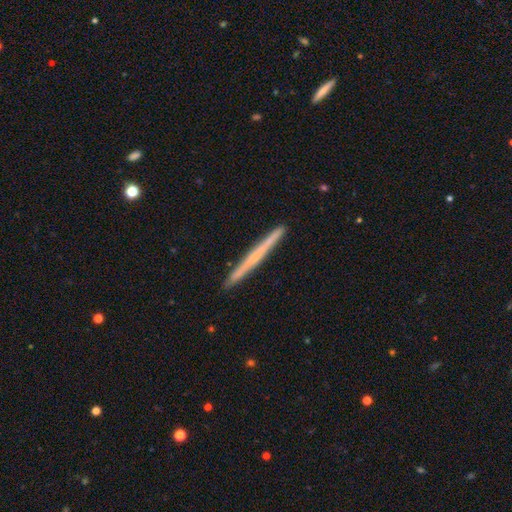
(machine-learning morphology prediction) Overall: featured or disk (54%; smooth 41%). Edge-on disk: yes (98%). Edge-on bulge: none (81%). Merging: none (93%).